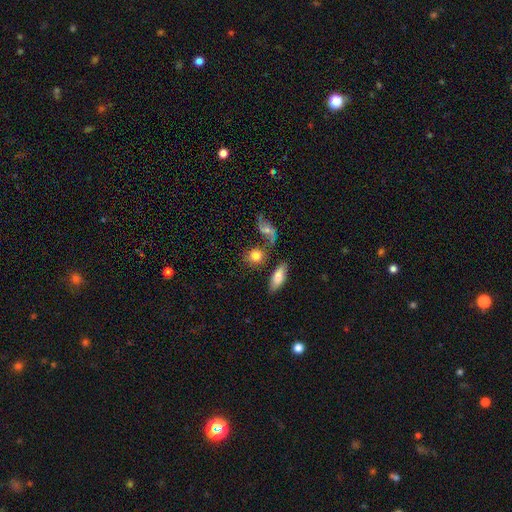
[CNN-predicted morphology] This appears to be a smooth galaxy with no disk features (77%) that is round (64%). Merging: none (62%).